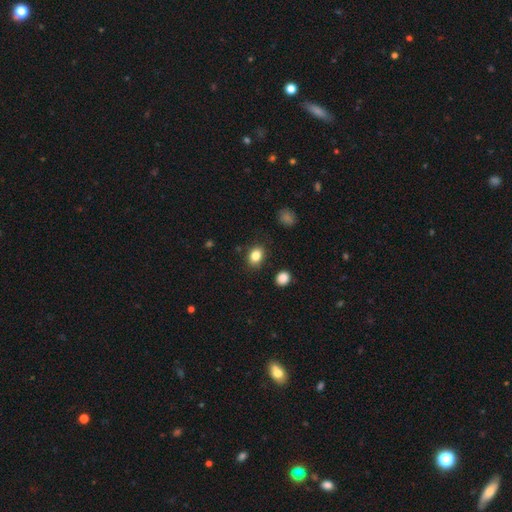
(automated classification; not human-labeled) smooth_or_featured: smooth (p=0.84) [alt: star or artifact p=0.10]
how_rounded: in between (p=0.61) [alt: round p=0.38]
merging: none (p=0.85) [alt: minor disturbance p=0.10]